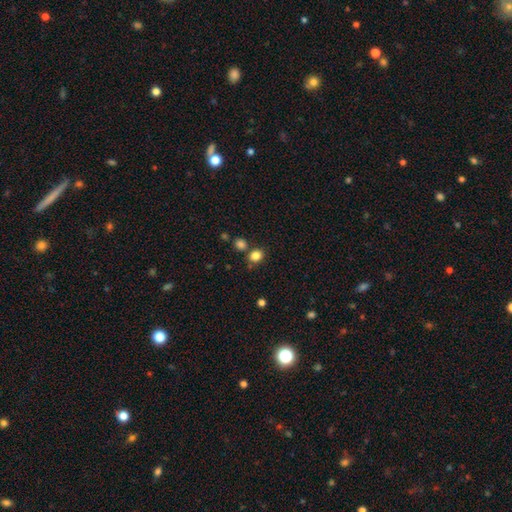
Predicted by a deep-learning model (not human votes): Morphology: type=smooth (83%); roundness=round (67%); merging=none (75%).